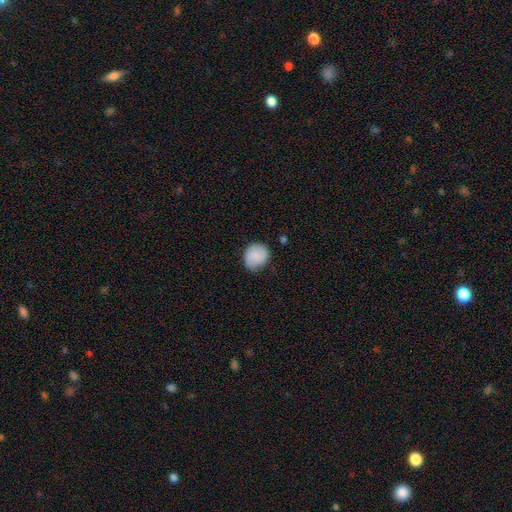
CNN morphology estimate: smooth-or-featured: smooth: 78% | featured or disk: 15% | star or artifact: 7%
  how-rounded: round: 69% | in between: 30% | cigar-shaped: 1%
  merging: none: 75% | minor disturbance: 20% | major disturbance: 4% | merger: 1%